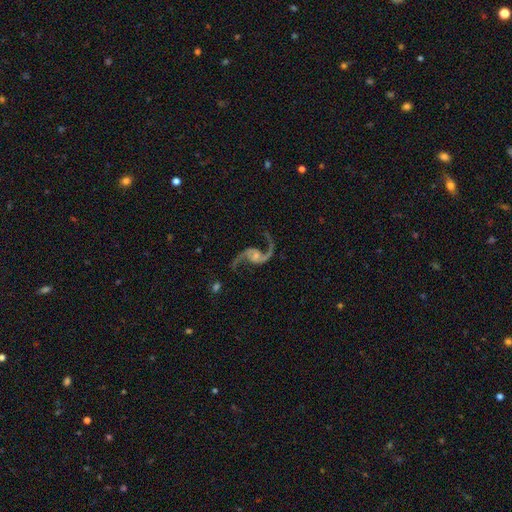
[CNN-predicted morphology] Smooth or featured? featured or disk (93%)
Edge-on disk? no (98%)
Bar? no (57%)
Spiral arms? yes (98%)
Spiral winding? loose (73%)
Spiral arm count? 2 (94%)
Bulge size? small (51%)
Merging? none (77%)